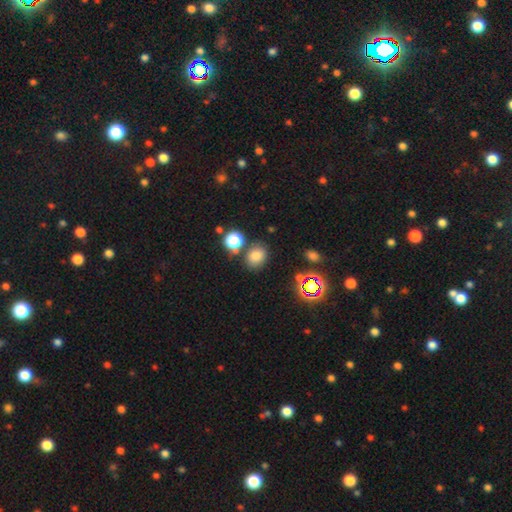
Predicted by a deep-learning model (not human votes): Smooth or featured: smooth — 77% (star or artifact — 16%)
How rounded: in between — 50% (round — 49%)
Merging: none — 73% (minor disturbance — 12%)